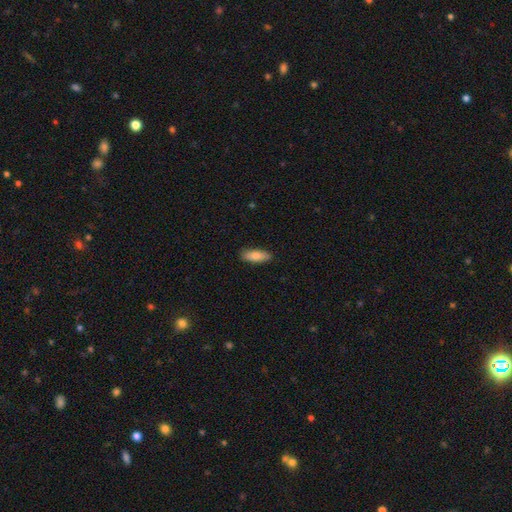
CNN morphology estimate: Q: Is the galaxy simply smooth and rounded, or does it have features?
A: smooth — 81%.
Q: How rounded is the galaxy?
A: in between — 71%.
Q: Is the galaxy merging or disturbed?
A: none — 88%.